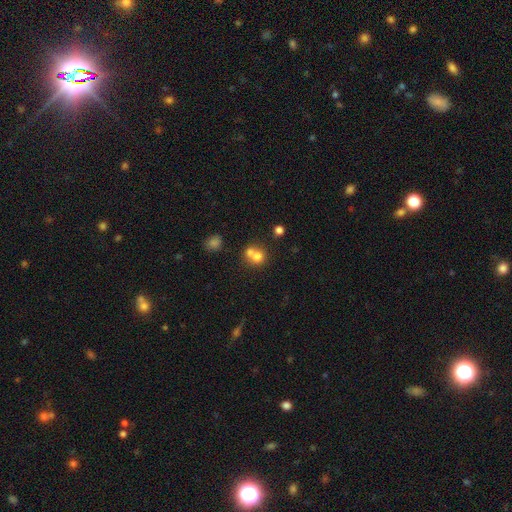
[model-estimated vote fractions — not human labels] Smooth or featured?
  - smooth: 72% *
  - featured or disk: 16%
  - star or artifact: 12%
How rounded?
  - round: 80% *
  - in between: 19%
  - cigar-shaped: 1%
Merging?
  - merger: 57% *
  - none: 33%
  - minor disturbance: 6%
  - major disturbance: 3%